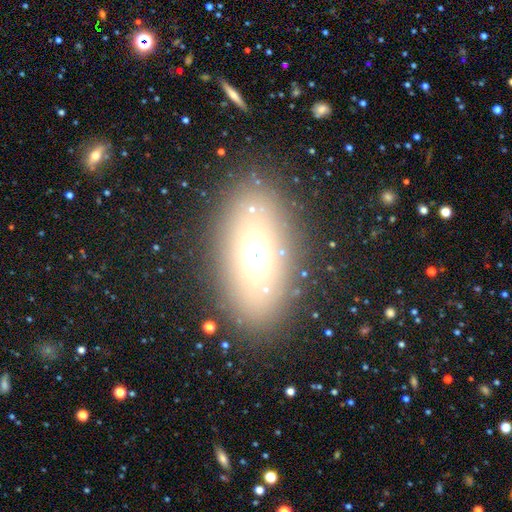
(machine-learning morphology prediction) This appears to be a smooth galaxy with no disk features (56%) that is in between round and cigar-shaped (80%). Merging: none (82%).